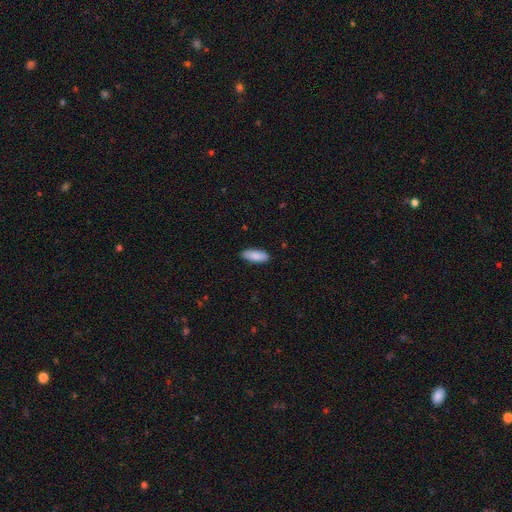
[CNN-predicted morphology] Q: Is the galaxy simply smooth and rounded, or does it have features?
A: smooth — 89%.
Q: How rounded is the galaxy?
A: in between — 72%.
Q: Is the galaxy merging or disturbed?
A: none — 89%.